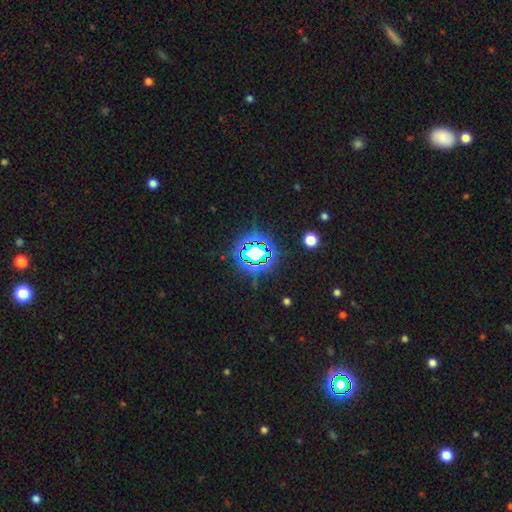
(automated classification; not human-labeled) Smooth or featured? Predicted: star or artifact (p=0.81).